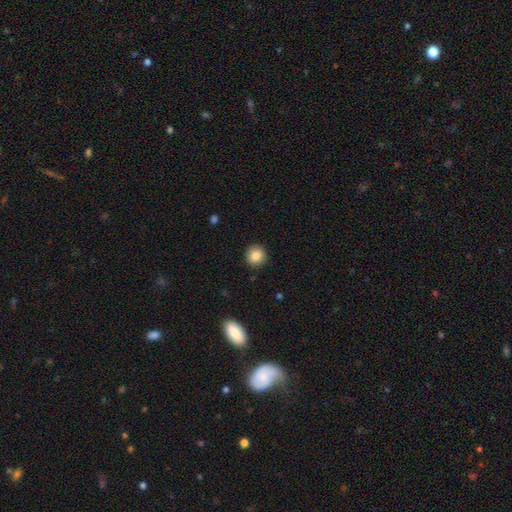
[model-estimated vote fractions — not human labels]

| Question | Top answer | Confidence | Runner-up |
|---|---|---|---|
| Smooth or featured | smooth | 85% | star or artifact (9%) |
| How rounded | round | 93% | in between (6%) |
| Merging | none | 91% | minor disturbance (6%) |